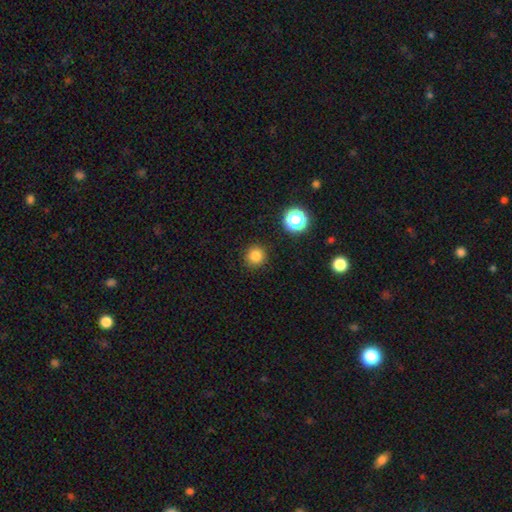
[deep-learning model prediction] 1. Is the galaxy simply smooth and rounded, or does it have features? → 81% smooth, 14% star or artifact, 5% featured or disk.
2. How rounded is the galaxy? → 94% round, 5% in between, 1% cigar-shaped.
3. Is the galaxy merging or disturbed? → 90% none, 6% minor disturbance, 2% major disturbance, 1% merger.